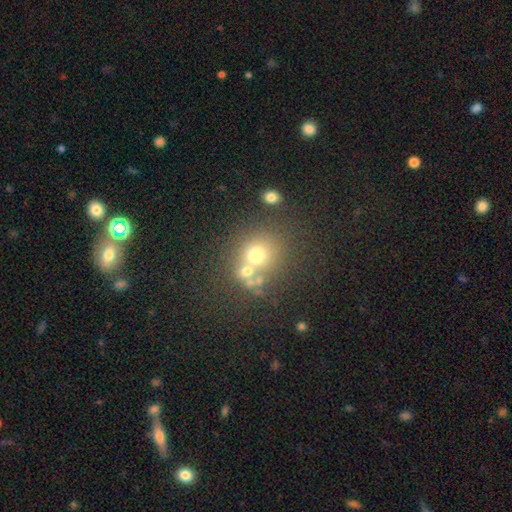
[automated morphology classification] Smooth or featured: smooth — 63% (featured or disk — 19%)
How rounded: round — 79% (in between — 20%)
Merging: none — 48% (merger — 37%)